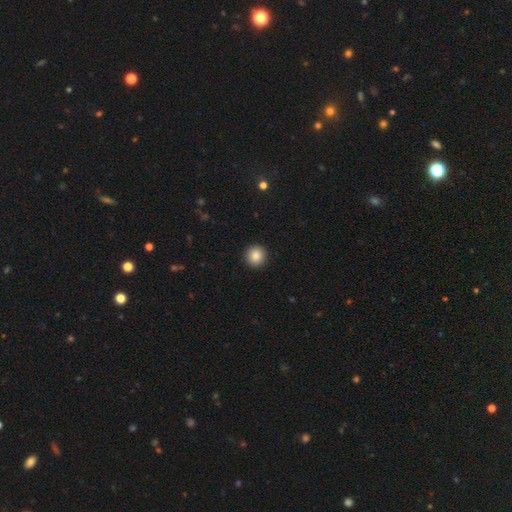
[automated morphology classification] Smooth or featured? smooth (87%)
How rounded? round (94%)
Merging? none (93%)